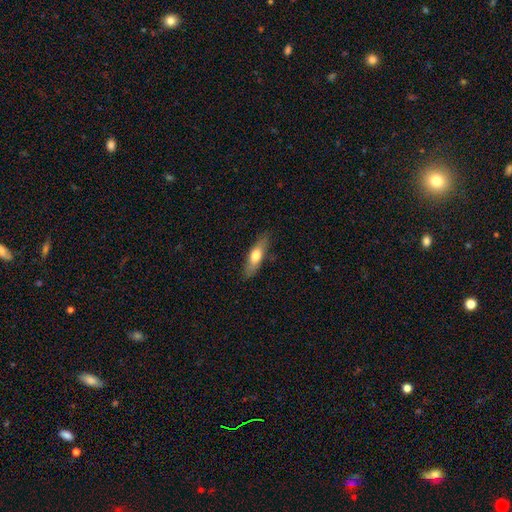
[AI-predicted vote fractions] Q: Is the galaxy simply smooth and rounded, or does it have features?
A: smooth — 62%.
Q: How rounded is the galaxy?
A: cigar-shaped — 55%.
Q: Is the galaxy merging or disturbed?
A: none — 81%.